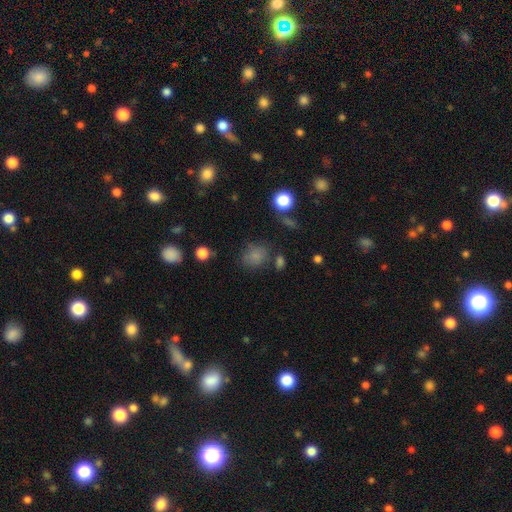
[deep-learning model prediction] This is likely a smooth galaxy (77%). How rounded: possibly round (51%). Merging: likely none (63%).